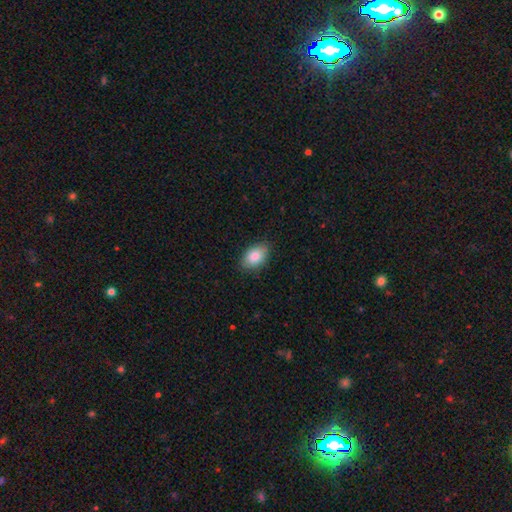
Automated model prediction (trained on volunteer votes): Morphology: type=smooth (86%); roundness=in between (88%); merging=none (85%).